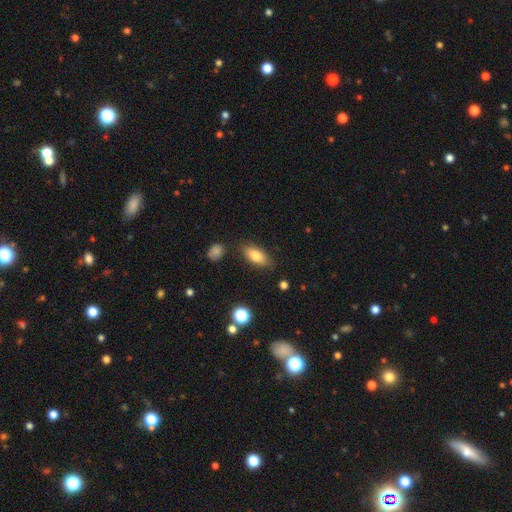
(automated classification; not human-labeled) A smooth galaxy with no disk features (79%) that is in between round and cigar-shaped (84%).

Vote fractions:
- Smooth or featured? smooth: 79% / featured or disk: 13% / star or artifact: 8%
- How rounded? in between: 84% / cigar-shaped: 12% / round: 4%
- Merging? none: 81% / minor disturbance: 13% / major disturbance: 3% / merger: 3%